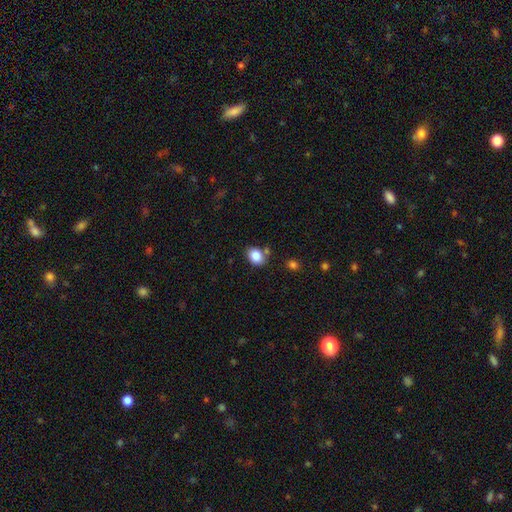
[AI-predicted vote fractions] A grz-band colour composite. It shows a smooth galaxy with no disk features (85%) that is in between round and cigar-shaped (65%). Merging: none (73%).